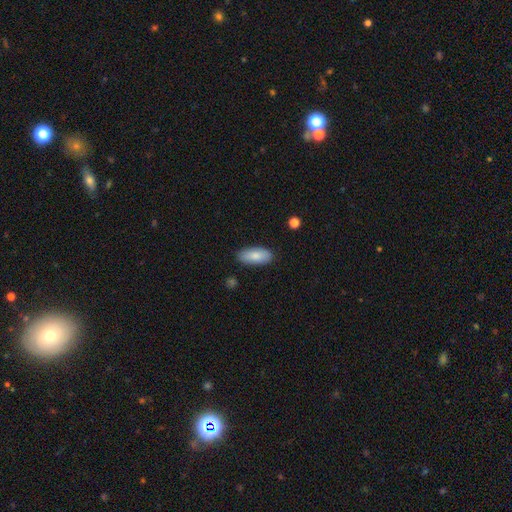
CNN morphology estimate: Smooth or featured? Predicted: smooth (p=0.85). How rounded? Predicted: in between (p=0.87). Merging? Predicted: none (p=0.86).